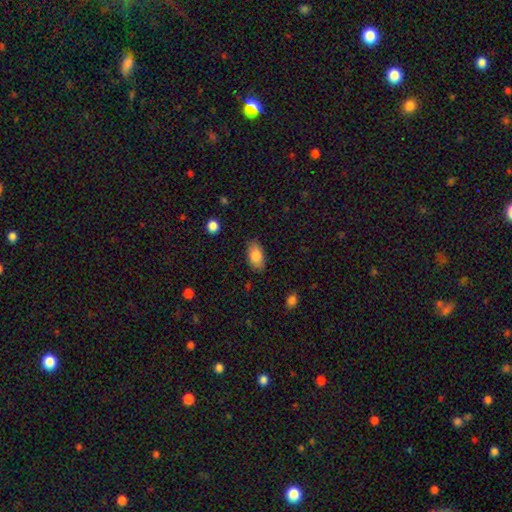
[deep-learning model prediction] smooth 85%, featured or disk 8%, star or artifact 7%. Down the decision tree: how rounded — in between (93%); merging — none (83%).